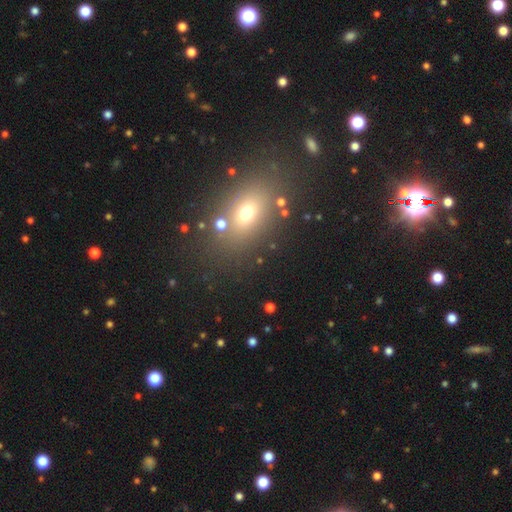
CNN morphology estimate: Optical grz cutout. It shows a smooth galaxy with no disk features (54%) that is in between round and cigar-shaped (67%). Merging: none (80%).